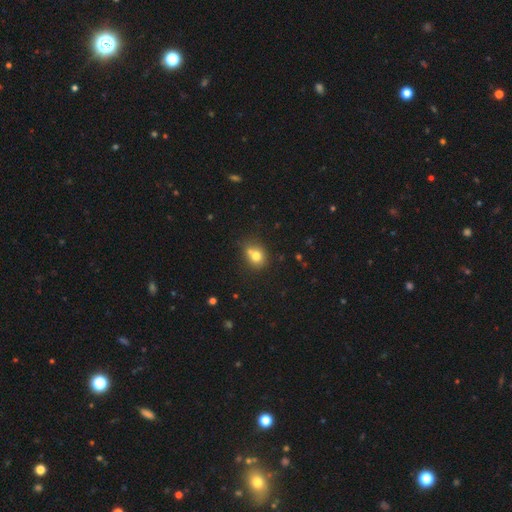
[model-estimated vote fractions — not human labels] smooth-or-featured: smooth: 75% | featured or disk: 13% | star or artifact: 12%
  how-rounded: round: 68% | in between: 31% | cigar-shaped: 1%
  merging: none: 49% | merger: 31% | minor disturbance: 15% | major disturbance: 5%